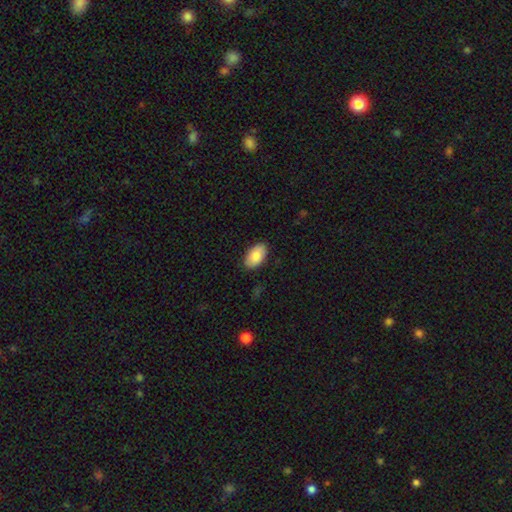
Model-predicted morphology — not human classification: The model was most divided on "smooth or featured": smooth: 83%, featured or disk: 11%, star or artifact: 6%. More confident: how rounded — in between (94%); merging — none (87%).